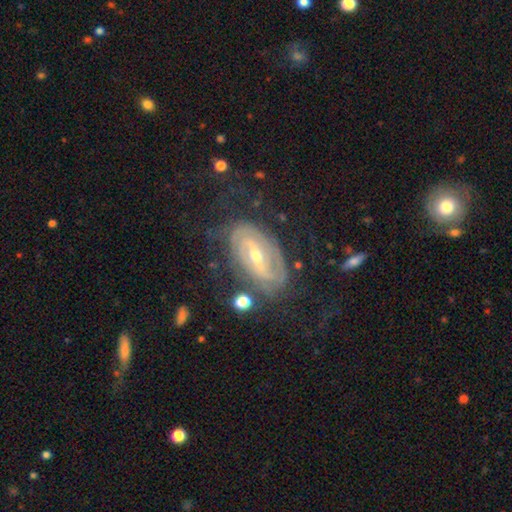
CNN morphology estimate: smooth-or-featured: featured or disk: 84% | smooth: 10% | star or artifact: 7%
  disk-edge-on: no: 93% | yes: 7%
    bar: weak: 41% | strong: 37% | no: 22%
    has-spiral-arms: yes: 88% | no: 12%
      spiral-winding: tight: 61% | medium: 28% | loose: 11%
      spiral-arm-count: 2: 53% | can't tell: 29% | 3: 8% | 1: 4% | 4: 3% | more than 4: 3%
    bulge-size: small: 50% | moderate: 47% | large: 2% | none: 1% | dominant: 1%
  merging: none: 68% | minor disturbance: 19% | major disturbance: 11% | merger: 3%